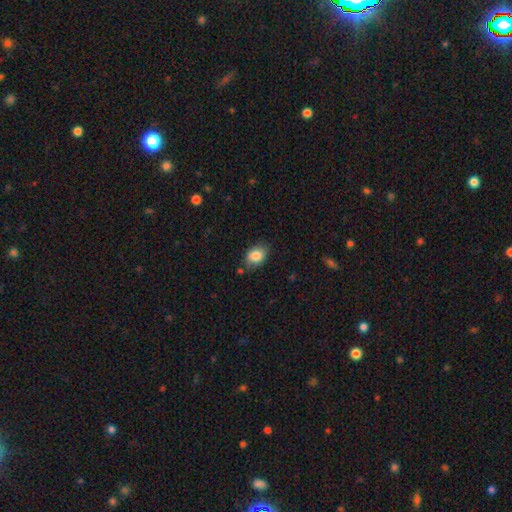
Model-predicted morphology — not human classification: Q: Smooth or featured?
A: smooth (85%); runner-up: star or artifact (8%)
Q: How rounded?
A: in between (74%); runner-up: round (25%)
Q: Merging?
A: none (74%); runner-up: minor disturbance (19%)